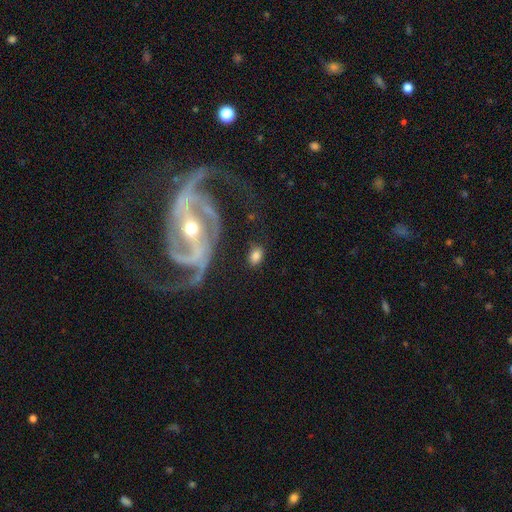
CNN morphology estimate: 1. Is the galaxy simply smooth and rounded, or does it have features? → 72% smooth, 19% featured or disk, 8% star or artifact.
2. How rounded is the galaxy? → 80% in between, 18% round, 2% cigar-shaped.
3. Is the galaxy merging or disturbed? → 75% none, 14% minor disturbance, 7% major disturbance, 4% merger.